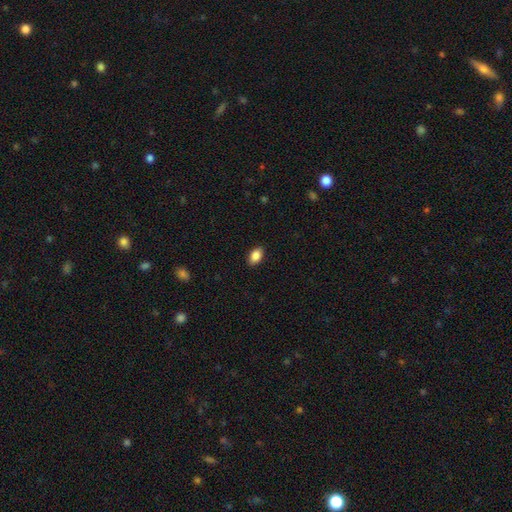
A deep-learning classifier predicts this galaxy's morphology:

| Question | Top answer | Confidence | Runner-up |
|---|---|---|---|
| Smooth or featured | smooth | 88% | star or artifact (8%) |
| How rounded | in between | 90% | round (8%) |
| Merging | none | 89% | minor disturbance (8%) |